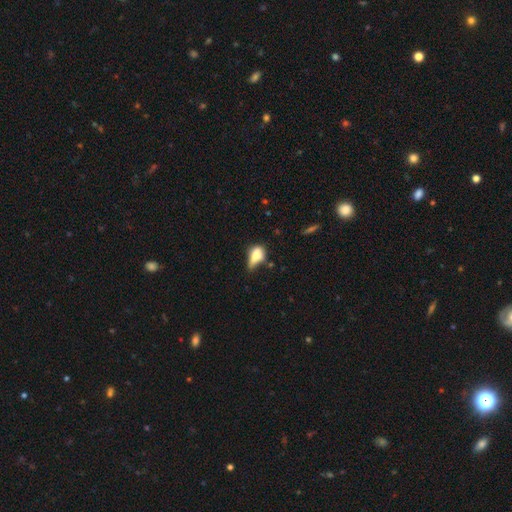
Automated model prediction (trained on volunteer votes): Q: Smooth or featured?
A: smooth (70%); runner-up: featured or disk (20%)
Q: How rounded?
A: in between (77%); runner-up: round (17%)
Q: Merging?
A: minor disturbance (41%); runner-up: major disturbance (25%)